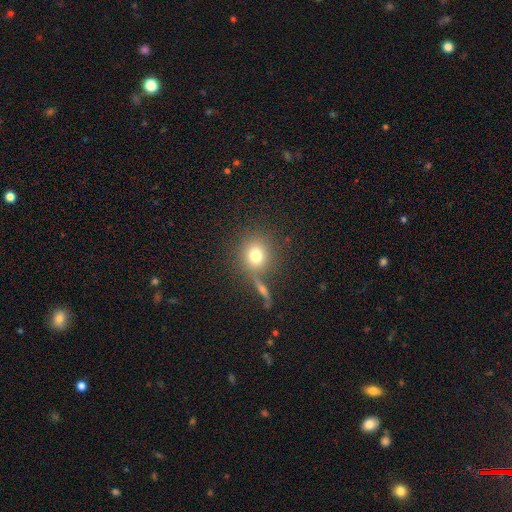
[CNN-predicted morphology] Smooth or featured?
  - smooth: 76% *
  - star or artifact: 12%
  - featured or disk: 12%
How rounded?
  - round: 83% *
  - in between: 16%
  - cigar-shaped: 1%
Merging?
  - none: 71% *
  - merger: 13%
  - minor disturbance: 11%
  - major disturbance: 5%